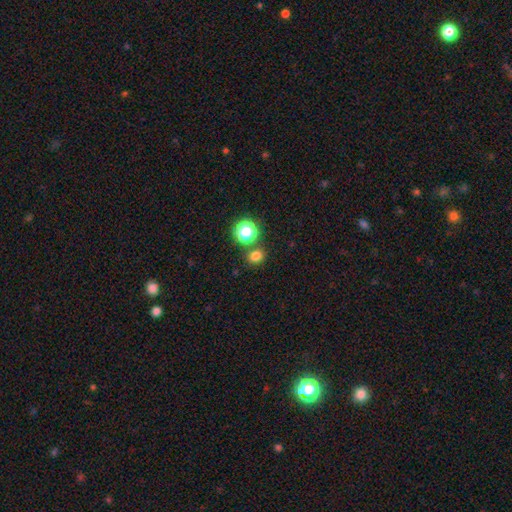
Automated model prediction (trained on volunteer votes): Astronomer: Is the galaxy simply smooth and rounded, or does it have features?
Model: smooth — 76%.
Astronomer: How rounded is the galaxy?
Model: round — 76%.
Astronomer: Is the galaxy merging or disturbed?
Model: none — 78%.